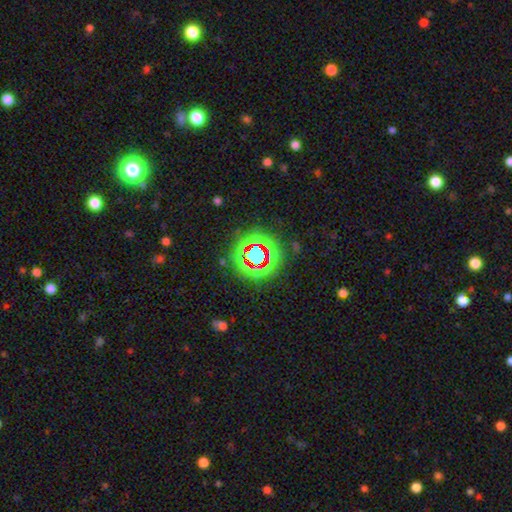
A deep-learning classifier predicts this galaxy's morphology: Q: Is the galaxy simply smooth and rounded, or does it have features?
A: star or artifact — 72%.